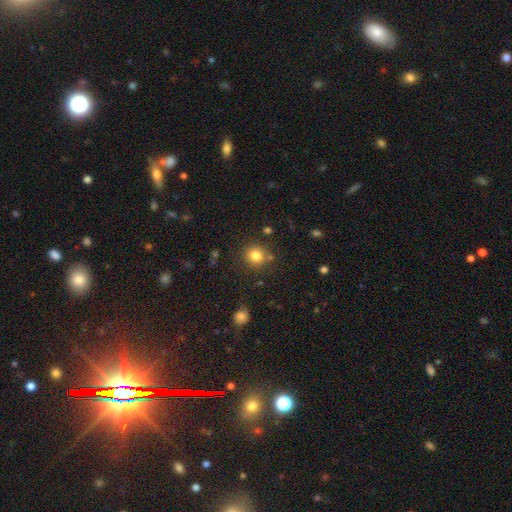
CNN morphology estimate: smooth-or-featured: smooth: 81% | star or artifact: 12% | featured or disk: 6%
  how-rounded: round: 90% | in between: 9% | cigar-shaped: 1%
  merging: none: 82% | minor disturbance: 9% | merger: 6% | major disturbance: 3%